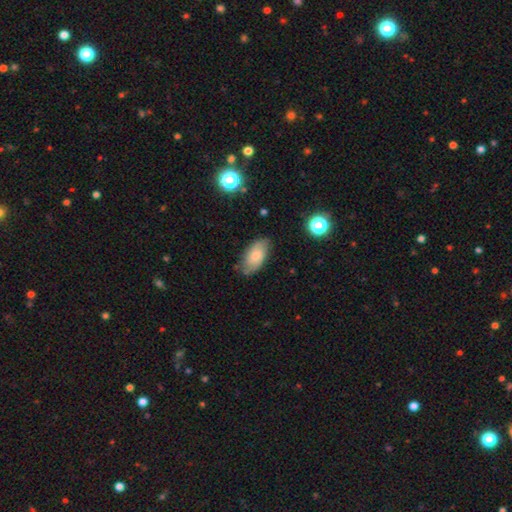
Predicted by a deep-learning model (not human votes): A smooth galaxy with no disk features (65%) that is in between round and cigar-shaped (93%). Merging: none (74%).